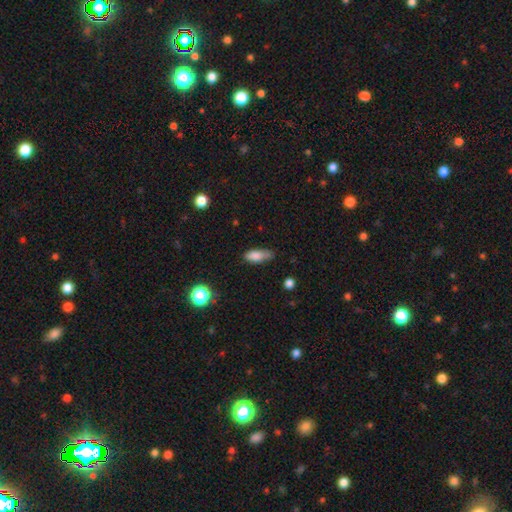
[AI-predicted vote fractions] smooth 82%, featured or disk 10%, star or artifact 9%. Down the decision tree: how rounded — in between (73%); merging — none (51%).